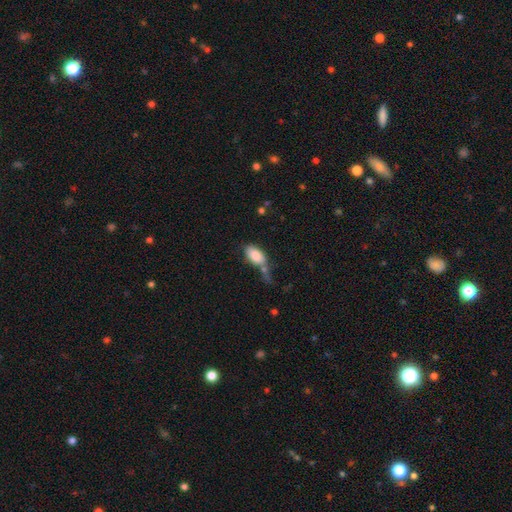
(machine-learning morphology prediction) smooth 80%, featured or disk 13%, star or artifact 7%. Down the decision tree: how rounded — in between (92%); merging — none (42%).